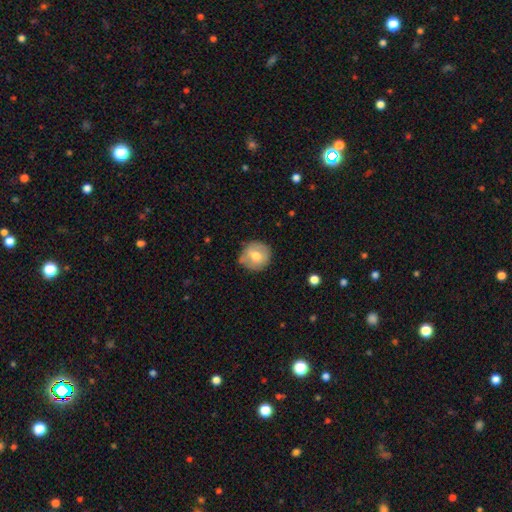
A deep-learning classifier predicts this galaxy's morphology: A smooth galaxy with no disk features (68%) that is round (92%). Merging: none (73%).